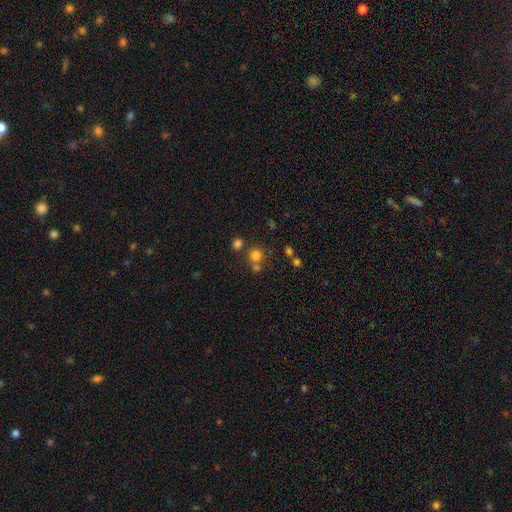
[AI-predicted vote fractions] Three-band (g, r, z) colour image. It shows a smooth galaxy with no disk features (75%) that is round (90%). Merging: none (67%).